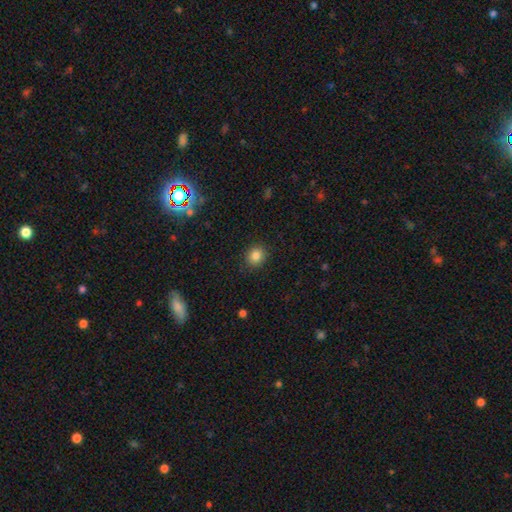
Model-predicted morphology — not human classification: smooth_or_featured: smooth (p=0.84) [alt: star or artifact p=0.11]
how_rounded: round (p=0.81) [alt: in between p=0.18]
merging: none (p=0.90) [alt: minor disturbance p=0.07]